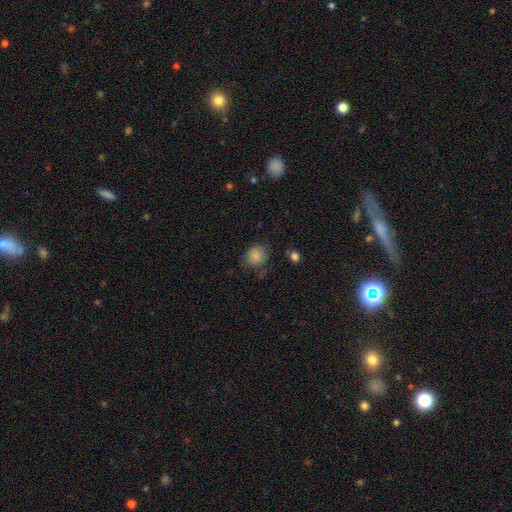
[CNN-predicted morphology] smooth_or_featured: smooth (p=0.84) [alt: star or artifact p=0.10]
how_rounded: round (p=0.73) [alt: in between p=0.26]
merging: none (p=0.70) [alt: minor disturbance p=0.21]